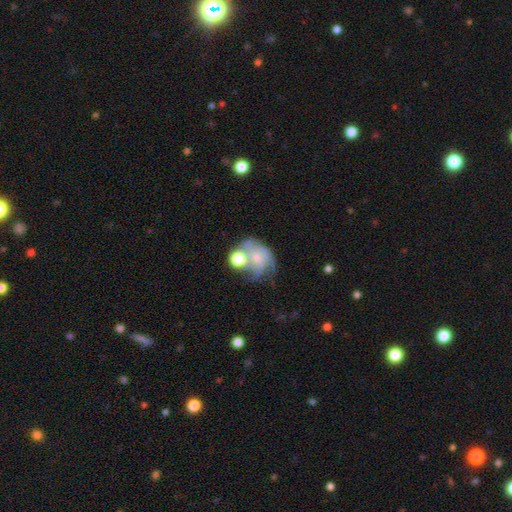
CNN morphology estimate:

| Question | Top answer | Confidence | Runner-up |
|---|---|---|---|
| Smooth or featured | featured or disk | 62% | smooth (30%) |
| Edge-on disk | no | 98% | yes (2%) |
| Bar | no | 80% | weak (17%) |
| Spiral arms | yes | 77% | no (23%) |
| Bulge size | small | 51% | moderate (37%) |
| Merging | merger | 34% | none (32%) |